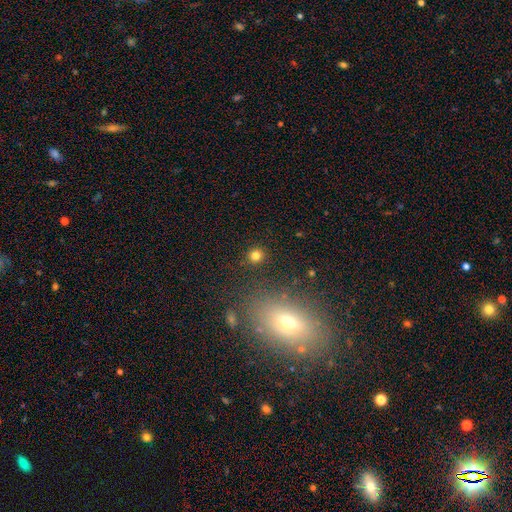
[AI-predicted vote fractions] This appears to be a smooth galaxy with no disk features (80%) that is round (90%). Merging: none (90%).